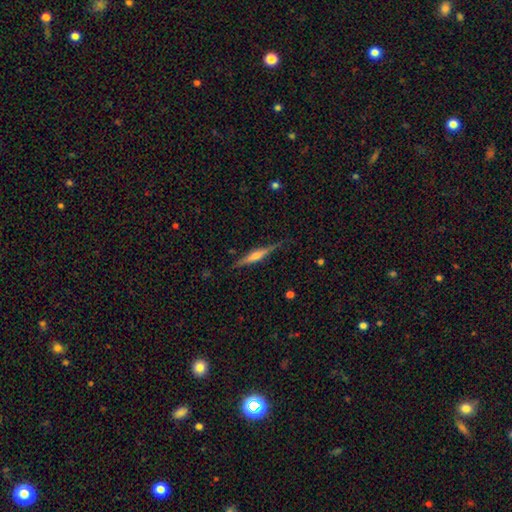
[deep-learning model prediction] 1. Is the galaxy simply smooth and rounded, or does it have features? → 73% featured or disk, 20% smooth, 6% star or artifact.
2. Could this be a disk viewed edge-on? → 98% yes, 2% no.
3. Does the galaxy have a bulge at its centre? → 71% rounded, 17% boxy, 11% none.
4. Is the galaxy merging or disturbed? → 86% none, 11% minor disturbance, 2% major disturbance, 1% merger.